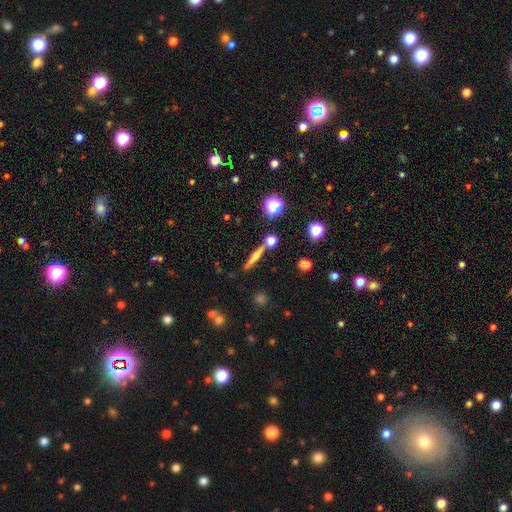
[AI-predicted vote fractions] smooth-or-featured: featured or disk: 65% | smooth: 24% | star or artifact: 11%
  disk-edge-on: yes: 96% | no: 4%
    edge-on-bulge: rounded: 92% | boxy: 4% | none: 4%
  merging: none: 79% | merger: 9% | minor disturbance: 9% | major disturbance: 3%